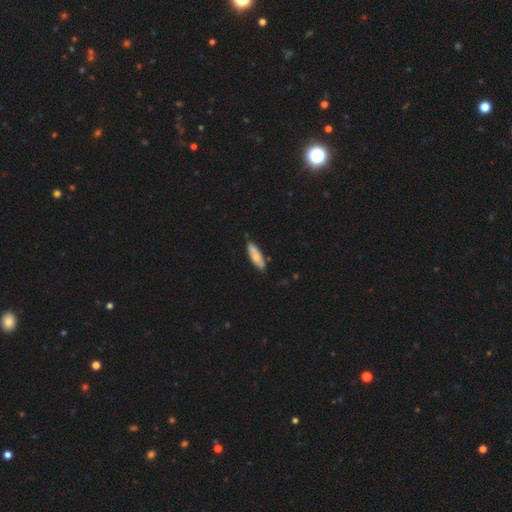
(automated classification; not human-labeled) Smooth or featured?
  - smooth: 72% *
  - featured or disk: 22%
  - star or artifact: 6%
How rounded?
  - cigar-shaped: 49% * (tied)
  - in between: 49% * (tied)
  - round: 2%
Merging?
  - none: 76% *
  - minor disturbance: 18%
  - merger: 3%
  - major disturbance: 3%